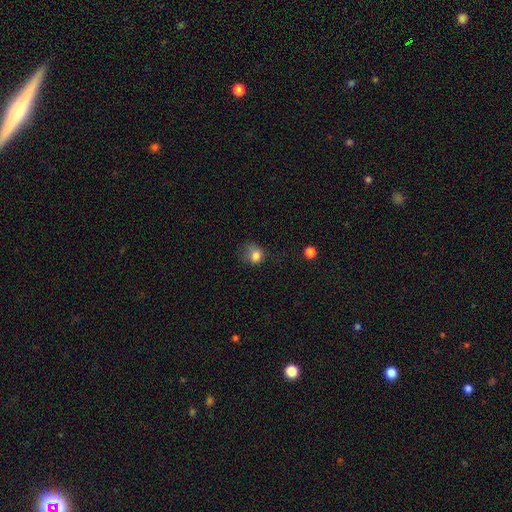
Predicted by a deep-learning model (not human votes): Smooth or featured? smooth (79%)
How rounded? round (63%)
Merging? none (36%)